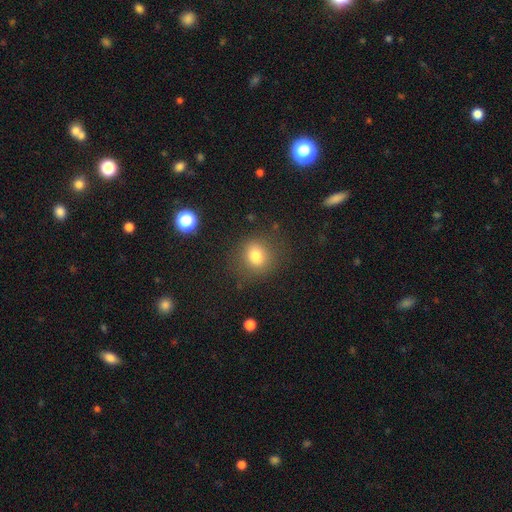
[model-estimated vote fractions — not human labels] Smooth or featured: smooth — 78% (star or artifact — 13%)
How rounded: round — 75% (in between — 24%)
Merging: none — 81% (minor disturbance — 12%)